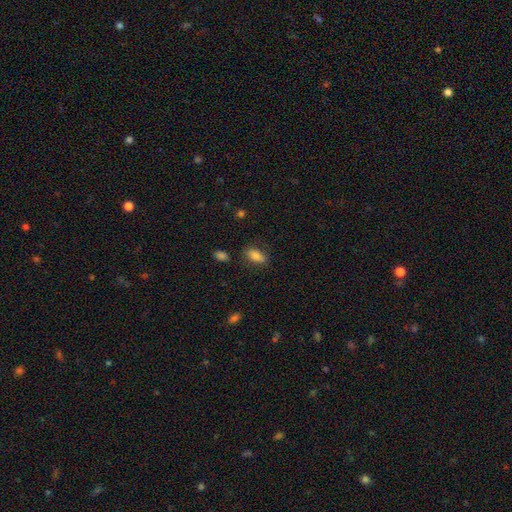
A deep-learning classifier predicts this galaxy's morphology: Q: Smooth or featured?
A: smooth (80%); runner-up: featured or disk (11%)
Q: How rounded?
A: in between (87%); runner-up: cigar-shaped (8%)
Q: Merging?
A: none (79%); runner-up: minor disturbance (14%)